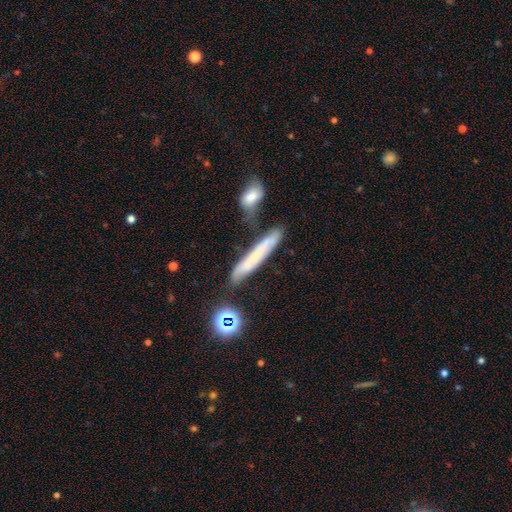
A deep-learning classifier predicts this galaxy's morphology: Overall: smooth (48%; featured or disk 39%). Merging: none (67%).